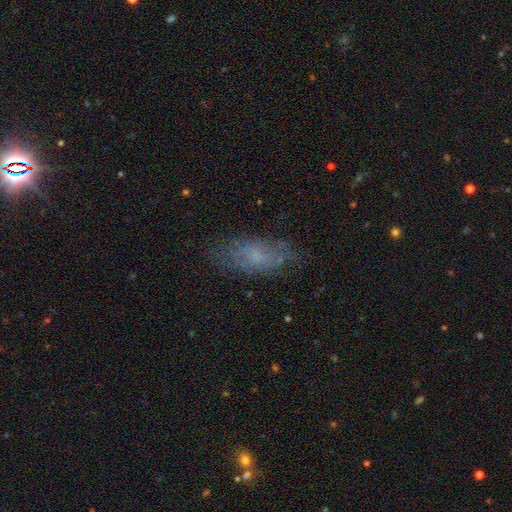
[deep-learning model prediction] A smooth galaxy with no disk features (51%) that is in between round and cigar-shaped (81%). Merging: none (69%).